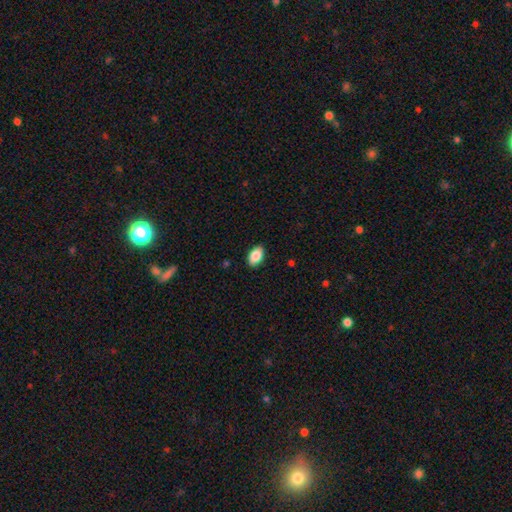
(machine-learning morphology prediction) Smooth or featured? smooth (87%)
How rounded? in between (92%)
Merging? none (88%)